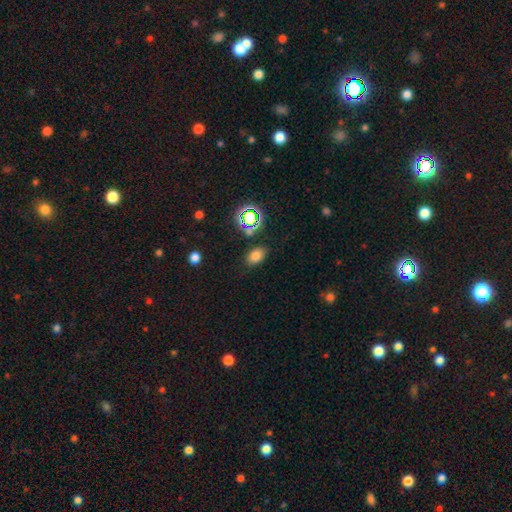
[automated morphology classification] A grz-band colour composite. It shows a smooth galaxy with no disk features (74%) that is in between round and cigar-shaped (82%). Merging: none (83%).